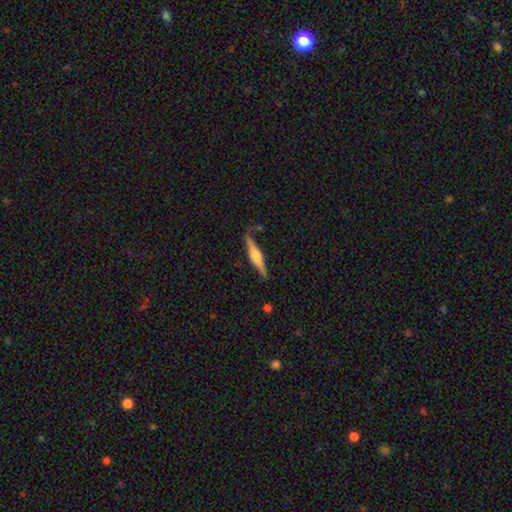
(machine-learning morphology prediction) featured or disk 69%, smooth 26%, star or artifact 6%. Down the decision tree: edge-on disk — yes (95%); edge-on bulge — rounded (74%); merging — none (71%).